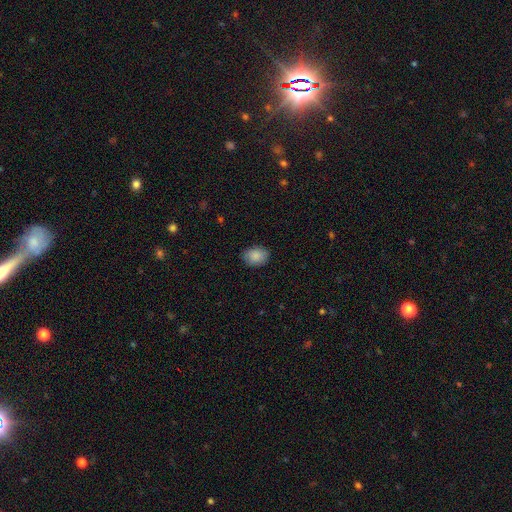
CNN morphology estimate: smooth 88%, star or artifact 7%, featured or disk 5%. Down the decision tree: how rounded — in between (66%); merging — none (85%).